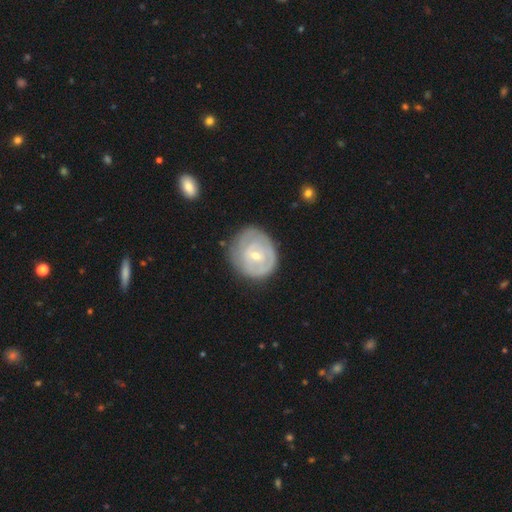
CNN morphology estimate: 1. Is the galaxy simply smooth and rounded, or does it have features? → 62% featured or disk, 32% smooth, 5% star or artifact.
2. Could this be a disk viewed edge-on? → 97% no, 3% yes.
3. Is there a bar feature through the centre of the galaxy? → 52% no, 39% weak, 9% strong.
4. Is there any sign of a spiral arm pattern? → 61% yes, 39% no.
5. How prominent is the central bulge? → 61% small, 35% moderate, 2% large, 1% none, 1% dominant.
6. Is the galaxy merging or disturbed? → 62% none, 25% minor disturbance, 10% major disturbance, 2% merger.